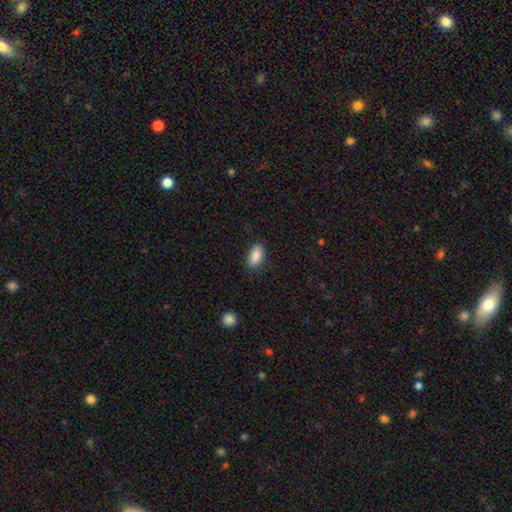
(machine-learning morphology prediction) Q: Smooth or featured?
A: smooth (88%); runner-up: star or artifact (7%)
Q: How rounded?
A: in between (92%); runner-up: round (4%)
Q: Merging?
A: none (85%); runner-up: minor disturbance (12%)